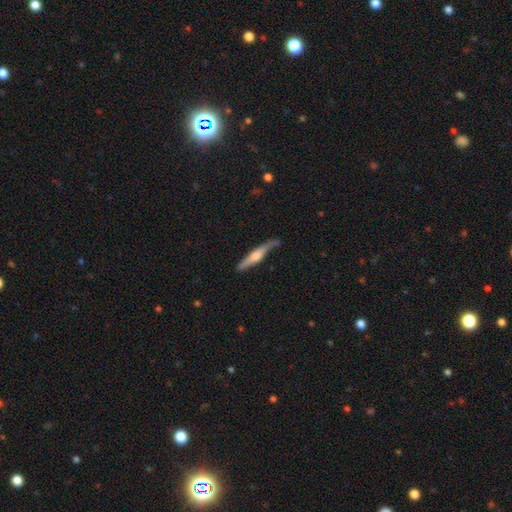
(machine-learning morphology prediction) Overall: featured or disk (67%; smooth 28%). Edge-on disk: yes (94%). Edge-on bulge: rounded (79%). Merging: none (76%).